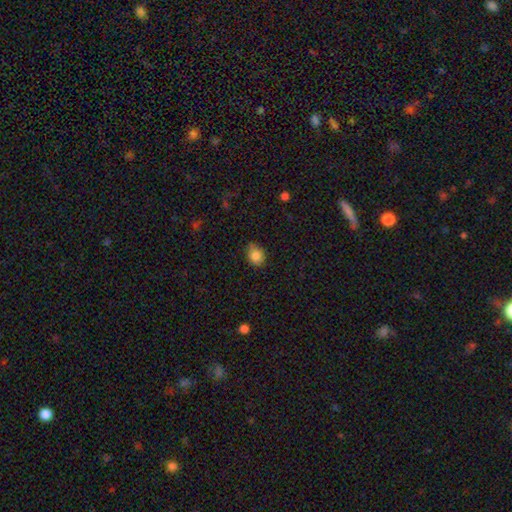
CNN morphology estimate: A smooth galaxy with no disk features (84%) that is round (52%). Merging: none (73%).